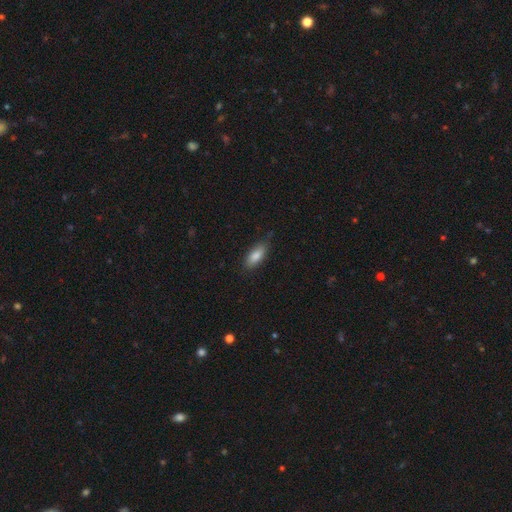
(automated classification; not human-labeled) Q: Smooth or featured?
A: smooth (82%); runner-up: featured or disk (11%)
Q: How rounded?
A: in between (79%); runner-up: cigar-shaped (19%)
Q: Merging?
A: none (74%); runner-up: minor disturbance (21%)